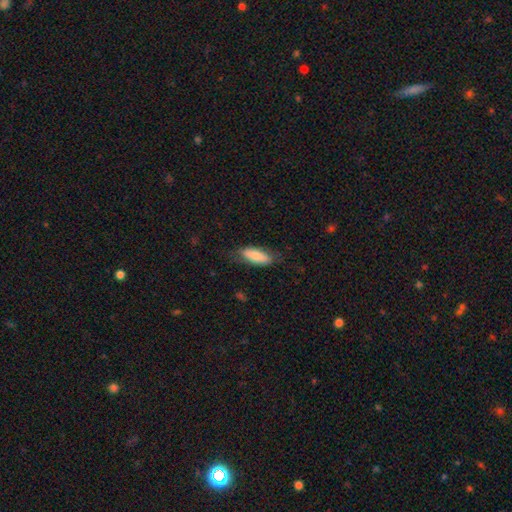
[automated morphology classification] A smooth galaxy with no disk features (73%) that is in between round and cigar-shaped (72%).

Vote fractions:
- Smooth or featured? smooth: 73% / featured or disk: 21% / star or artifact: 6%
- How rounded? in between: 72% / cigar-shaped: 26% / round: 2%
- Merging? none: 68% / minor disturbance: 23% / major disturbance: 8% / merger: 1%